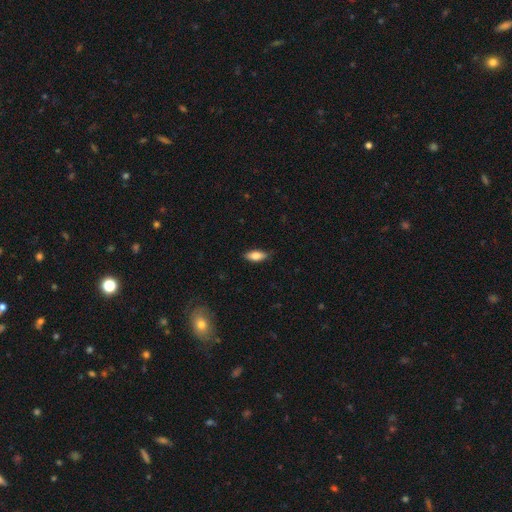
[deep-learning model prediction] This is likely a smooth galaxy (77%). How rounded: likely in between (78%). Merging: clearly none (82%).